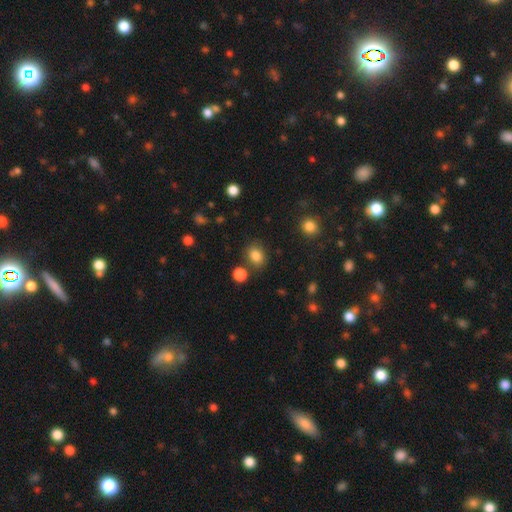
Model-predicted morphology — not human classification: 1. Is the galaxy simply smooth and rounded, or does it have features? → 84% smooth, 11% star or artifact, 5% featured or disk.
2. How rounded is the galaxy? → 53% in between, 46% round, 1% cigar-shaped.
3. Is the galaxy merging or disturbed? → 77% none, 12% minor disturbance, 7% merger, 4% major disturbance.